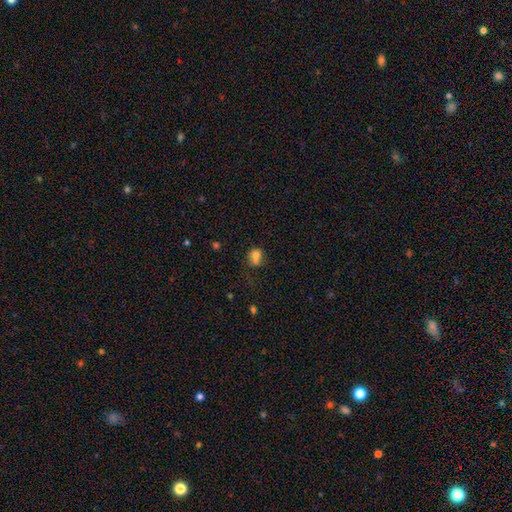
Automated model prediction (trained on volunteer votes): This is likely a smooth galaxy (76%). How rounded: likely round (61%). Merging: marginally none (42%).